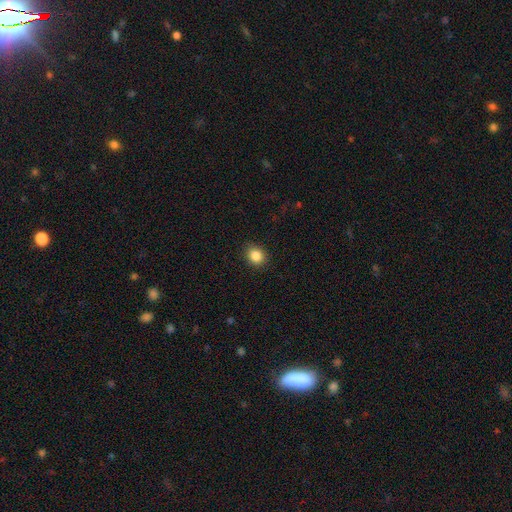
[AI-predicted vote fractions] Smooth or featured?
  - smooth: 86% *
  - star or artifact: 10%
  - featured or disk: 4%
How rounded?
  - round: 70% *
  - in between: 30%
  - cigar-shaped: 1%
Merging?
  - none: 89% *
  - minor disturbance: 7%
  - major disturbance: 2%
  - merger: 1%